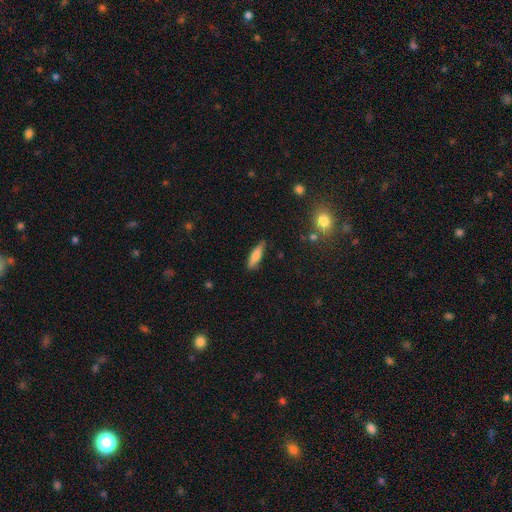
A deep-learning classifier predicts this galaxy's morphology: Smooth or featured? smooth (74%)
How rounded? cigar-shaped (68%)
Merging? none (79%)